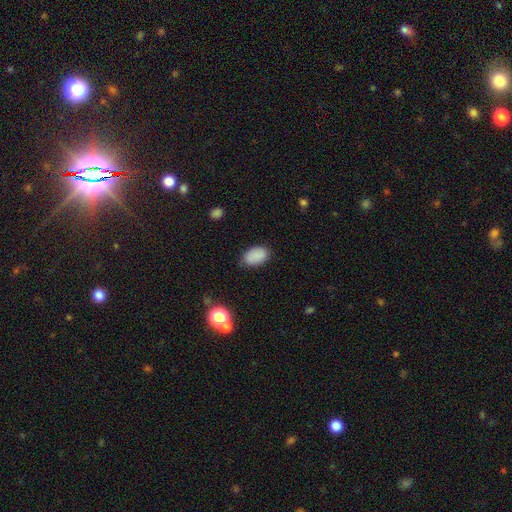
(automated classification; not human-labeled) Smooth or featured?
  - smooth: 87% *
  - star or artifact: 8%
  - featured or disk: 4%
How rounded?
  - in between: 91% *
  - round: 8%
  - cigar-shaped: 1%
Merging?
  - none: 79% *
  - minor disturbance: 16%
  - major disturbance: 3%
  - merger: 1%